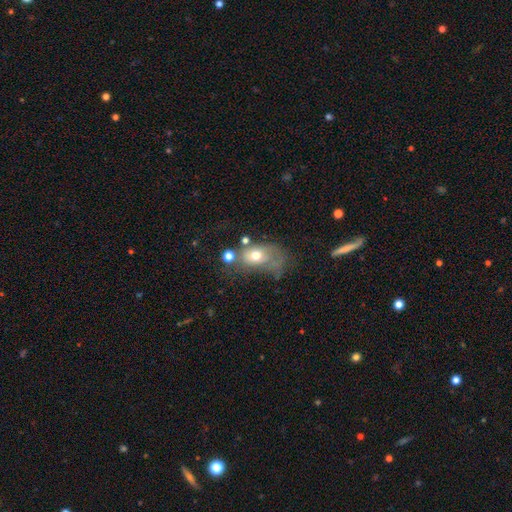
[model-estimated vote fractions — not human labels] Smooth or featured: smooth — 59% (featured or disk — 29%)
How rounded: in between — 74% (round — 23%)
Merging: major disturbance — 39% (none — 21%)